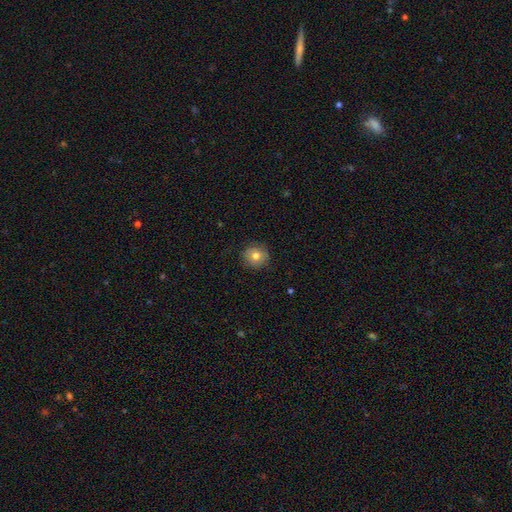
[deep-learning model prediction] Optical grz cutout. It shows a smooth galaxy with no disk features (75%) that is round (92%). Merging: none (86%).